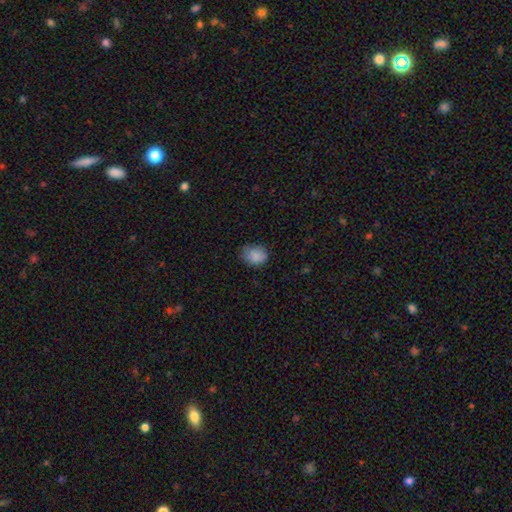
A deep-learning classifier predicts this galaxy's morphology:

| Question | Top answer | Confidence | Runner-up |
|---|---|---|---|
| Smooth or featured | smooth | 86% | star or artifact (8%) |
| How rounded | round | 54% | in between (45%) |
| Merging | none | 69% | minor disturbance (25%) |